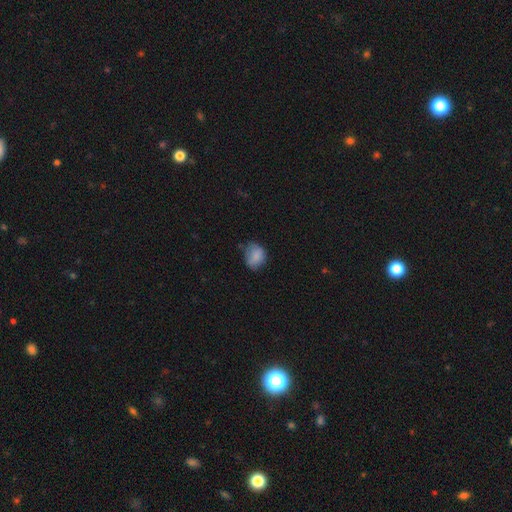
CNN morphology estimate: Smooth or featured?
  - smooth: 81% *
  - featured or disk: 10%
  - star or artifact: 9%
How rounded?
  - round: 56% *
  - in between: 43%
  - cigar-shaped: 1%
Merging?
  - none: 55% *
  - minor disturbance: 33%
  - major disturbance: 10%
  - merger: 2%